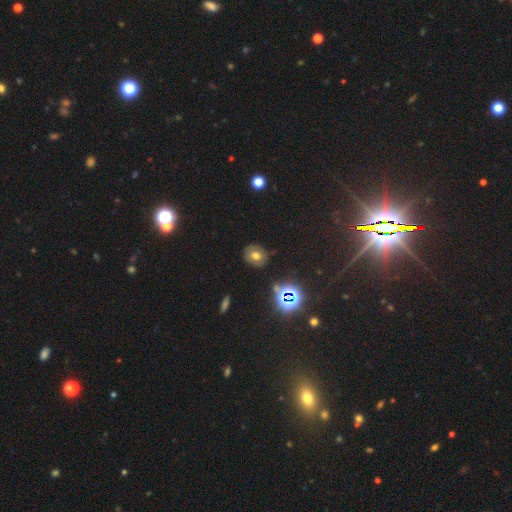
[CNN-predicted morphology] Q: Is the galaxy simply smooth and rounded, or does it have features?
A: smooth — 60%.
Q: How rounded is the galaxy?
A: round — 62%.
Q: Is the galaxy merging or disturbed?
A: none — 81%.